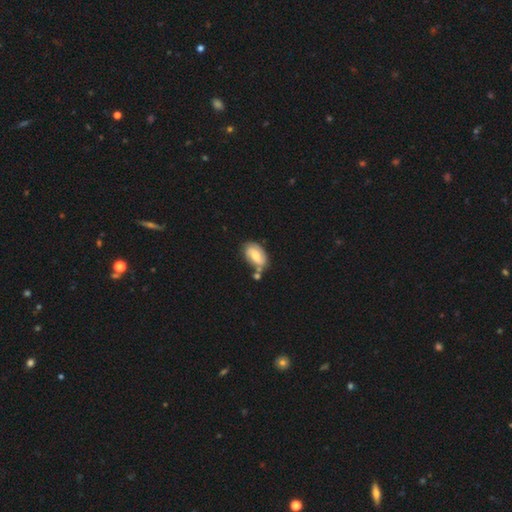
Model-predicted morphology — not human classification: smooth 51%, featured or disk 42%, star or artifact 7%. Down the decision tree: how rounded — in between (90%); merging — none (56%).